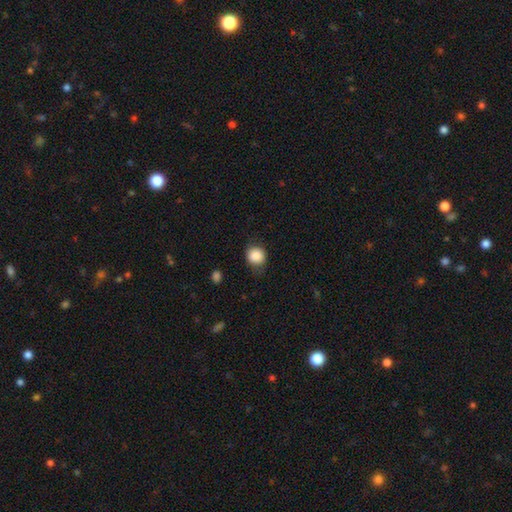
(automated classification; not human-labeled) A smooth galaxy with no disk features (87%) that is round (83%).

Vote fractions:
- Smooth or featured? smooth: 87% / star or artifact: 9% / featured or disk: 4%
- How rounded? round: 83% / in between: 16% / cigar-shaped: 1%
- Merging? none: 77% / minor disturbance: 17% / major disturbance: 5% / merger: 1%